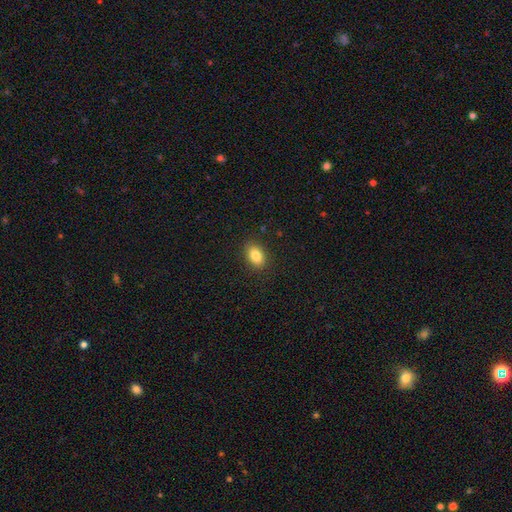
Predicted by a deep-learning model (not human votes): Smooth or featured? smooth (84%)
How rounded? in between (83%)
Merging? none (88%)